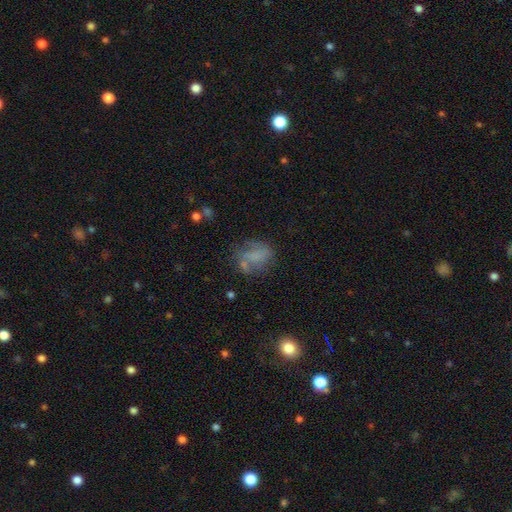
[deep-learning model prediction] This appears to be a smooth galaxy with no disk features (52%) that is in between round and cigar-shaped (60%). Merging: none (48%).